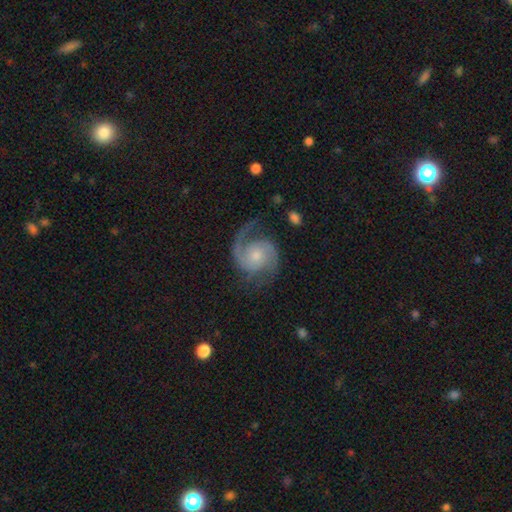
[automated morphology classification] Overall: featured or disk (90%). Edge-on disk: no (98%). Bar: no (70%). Spiral arms: yes (98%). Spiral arm count: 2 (88%). Spiral winding: medium (53%; tight 26%). Bulge size: small (47%; moderate 42%). Merging: none (72%).